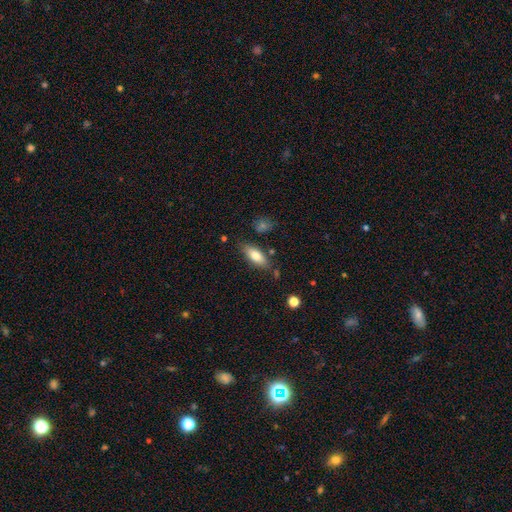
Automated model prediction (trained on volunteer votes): Overall: smooth (77%). How rounded: in between (77%). Merging: none (76%).